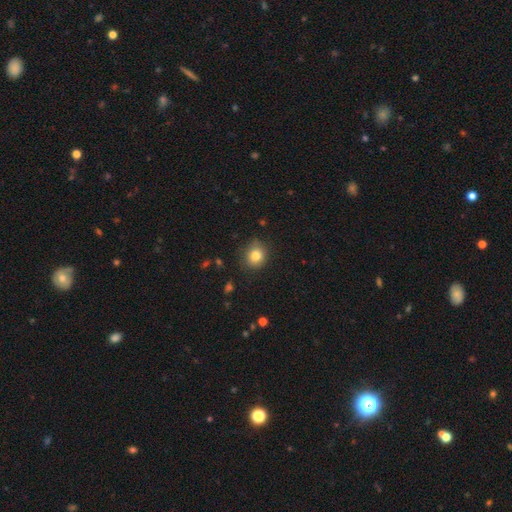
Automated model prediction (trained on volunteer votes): This is clearly a smooth galaxy (82%). How rounded: likely round (76%). Merging: clearly none (81%).